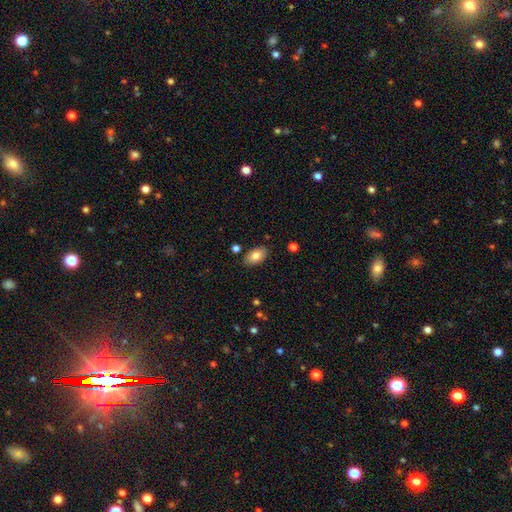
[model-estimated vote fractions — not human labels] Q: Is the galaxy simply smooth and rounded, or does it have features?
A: smooth — 83%.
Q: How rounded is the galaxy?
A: in between — 93%.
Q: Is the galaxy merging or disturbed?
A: none — 85%.